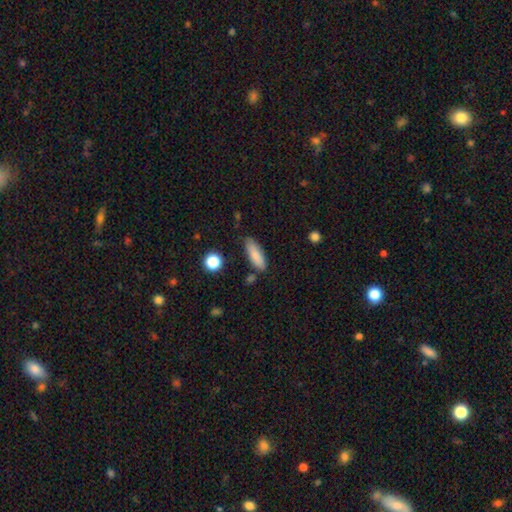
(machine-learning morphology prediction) Smooth or featured? smooth (83%)
How rounded? in between (58%)
Merging? none (77%)